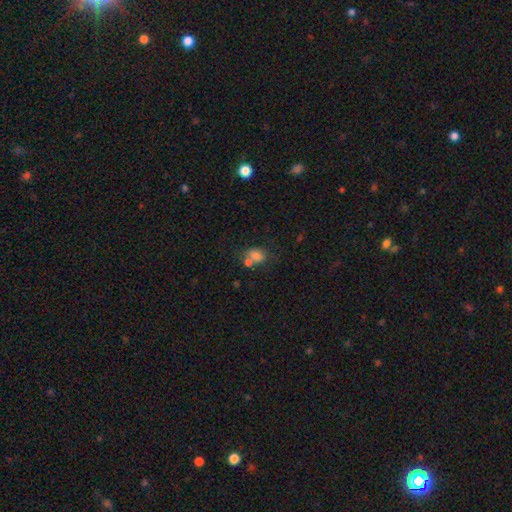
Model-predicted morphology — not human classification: The model was most divided on "merging": none: 41%, merger: 34%, minor disturbance: 16%, major disturbance: 9%. More confident: smooth or featured — smooth (77%); how rounded — in between (70%).